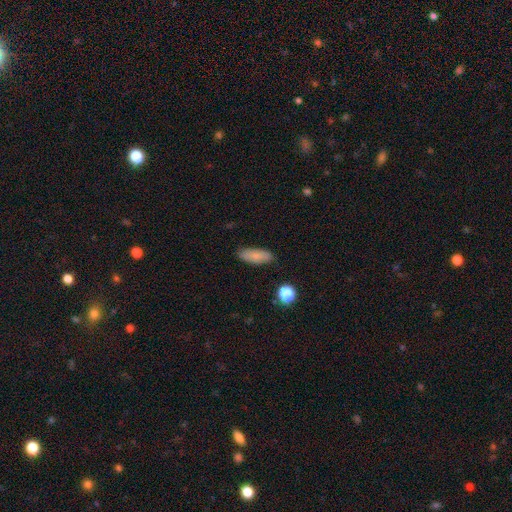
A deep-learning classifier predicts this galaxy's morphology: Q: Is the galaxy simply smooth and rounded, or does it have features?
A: smooth — 82%.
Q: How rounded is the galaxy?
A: in between — 75%.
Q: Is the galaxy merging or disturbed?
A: none — 83%.